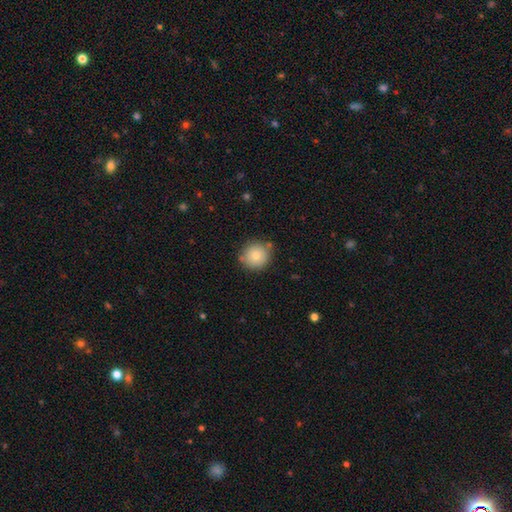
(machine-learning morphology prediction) smooth-or-featured: smooth: 80% | featured or disk: 11% | star or artifact: 10%
  how-rounded: round: 93% | in between: 6% | cigar-shaped: 1%
  merging: none: 81% | minor disturbance: 11% | merger: 5% | major disturbance: 3%